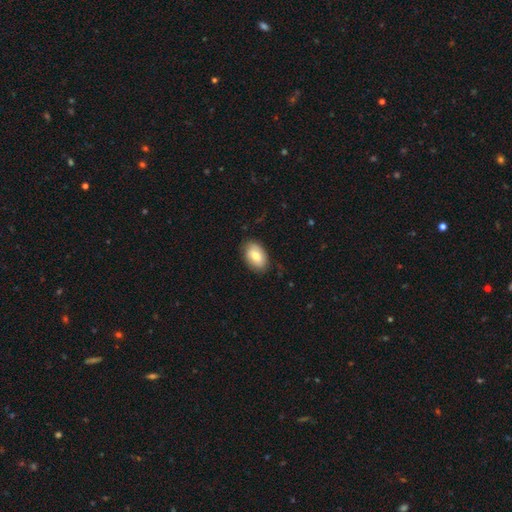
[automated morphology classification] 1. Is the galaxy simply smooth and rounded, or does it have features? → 73% smooth, 20% featured or disk, 7% star or artifact.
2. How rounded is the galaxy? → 89% in between, 9% round, 1% cigar-shaped.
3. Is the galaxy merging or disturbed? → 83% none, 13% minor disturbance, 3% major disturbance, 1% merger.